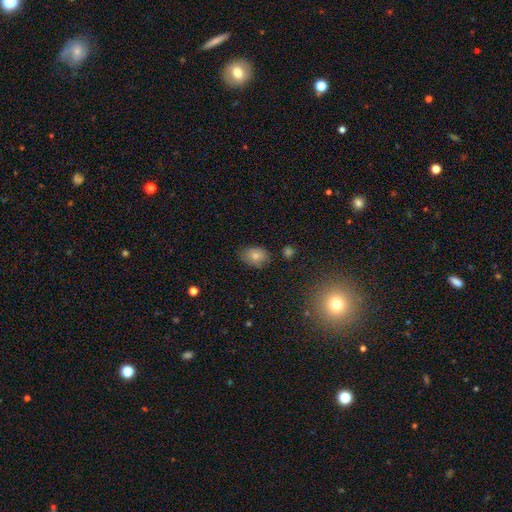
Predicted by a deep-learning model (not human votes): This is likely a smooth galaxy (78%). How rounded: likely in between (71%). Merging: likely none (75%).